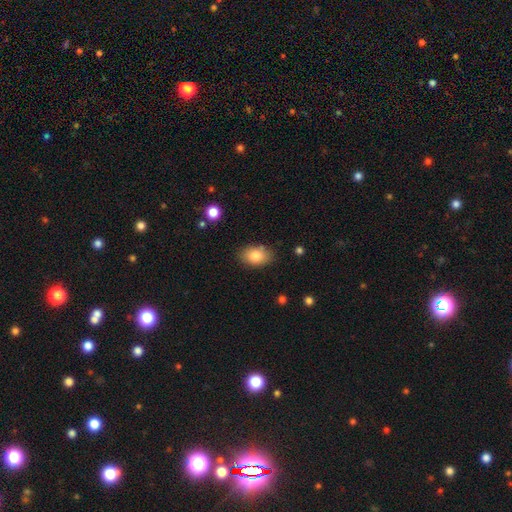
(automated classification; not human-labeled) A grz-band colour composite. It shows a smooth galaxy with no disk features (82%) that is in between round and cigar-shaped (84%). Merging: none (82%).